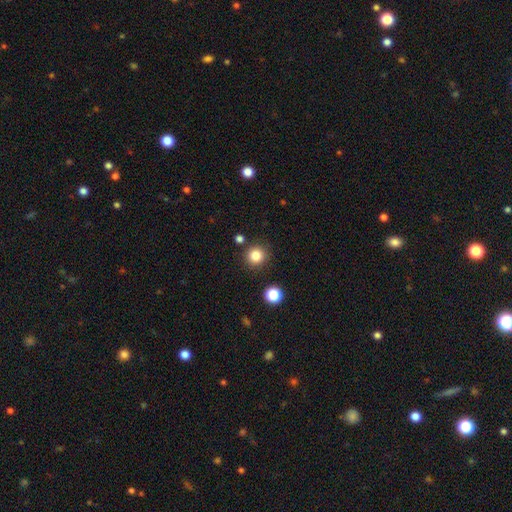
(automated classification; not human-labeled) Smooth or featured? Predicted: smooth (p=0.83). How rounded? Predicted: round (p=0.92). Merging? Predicted: none (p=0.87).